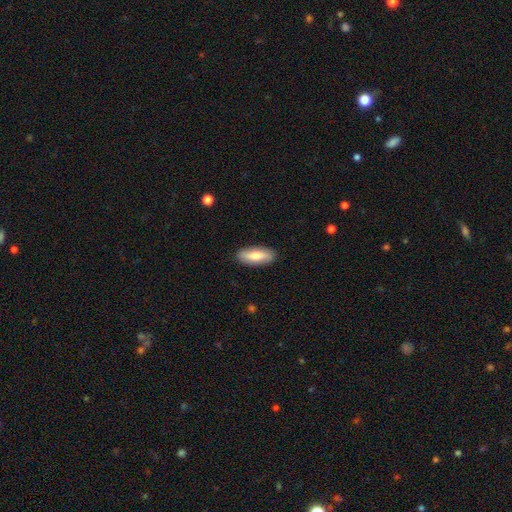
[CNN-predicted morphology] smooth-or-featured: smooth: 69% | featured or disk: 25% | star or artifact: 6%
  how-rounded: in between: 75% | cigar-shaped: 23% | round: 2%
  merging: none: 88% | minor disturbance: 9% | major disturbance: 2% | merger: 1%